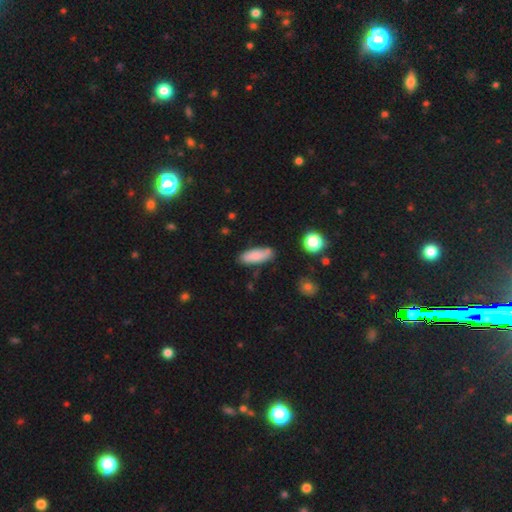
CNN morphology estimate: Smooth or featured?
  - smooth: 82% *
  - featured or disk: 11%
  - star or artifact: 7%
How rounded?
  - in between: 66% *
  - cigar-shaped: 32%
  - round: 2%
Merging?
  - none: 76% *
  - minor disturbance: 16%
  - merger: 4%
  - major disturbance: 3%